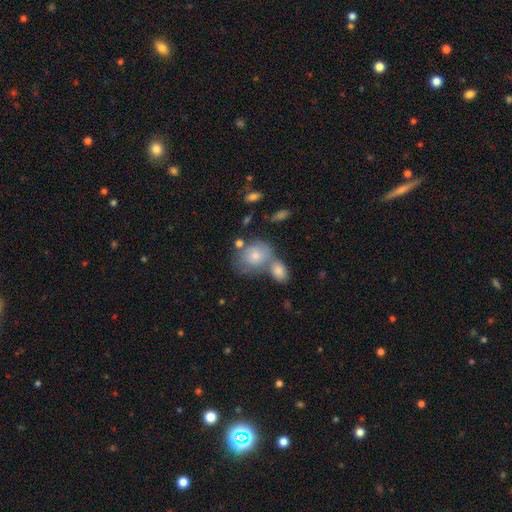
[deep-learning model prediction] Smooth or featured? smooth (63%)
How rounded? round (60%)
Merging? merger (44%)